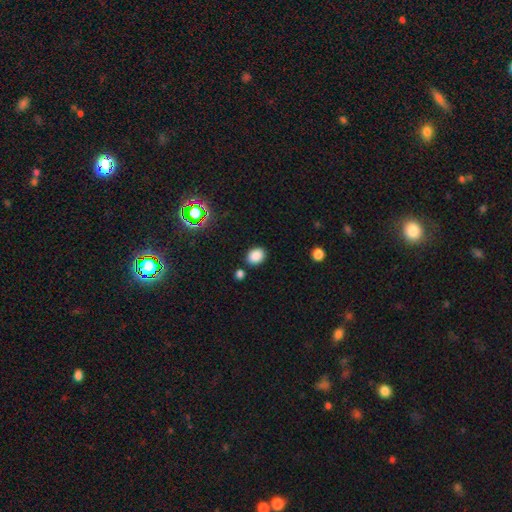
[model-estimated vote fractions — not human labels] A smooth galaxy with no disk features (84%) that is in between round and cigar-shaped (66%). Merging: none (82%).